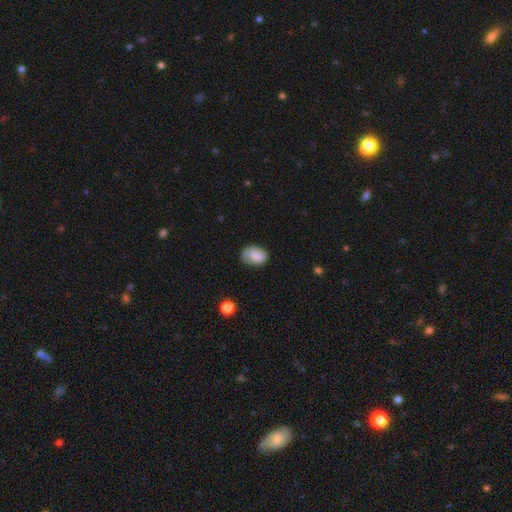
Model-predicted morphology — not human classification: This appears to be a smooth galaxy with no disk features (75%) that is in between round and cigar-shaped (78%). Merging: none (64%).